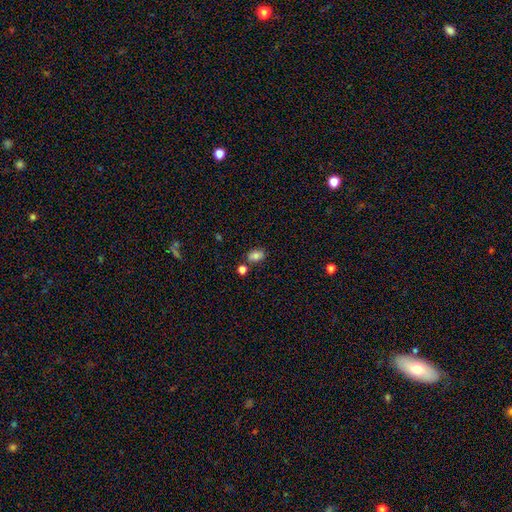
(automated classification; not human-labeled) The model was most divided on "merging": none: 71%, minor disturbance: 14%, merger: 12%, major disturbance: 3%. More confident: how rounded — in between (79%); smooth or featured — smooth (78%).